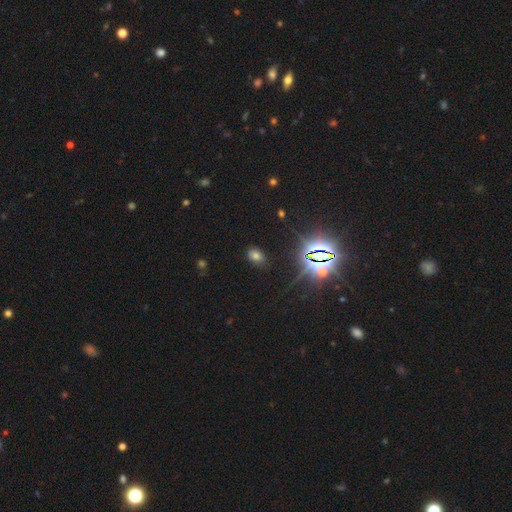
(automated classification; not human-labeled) Morphology: type=smooth (59%); roundness=in between (80%); merging=none (82%).